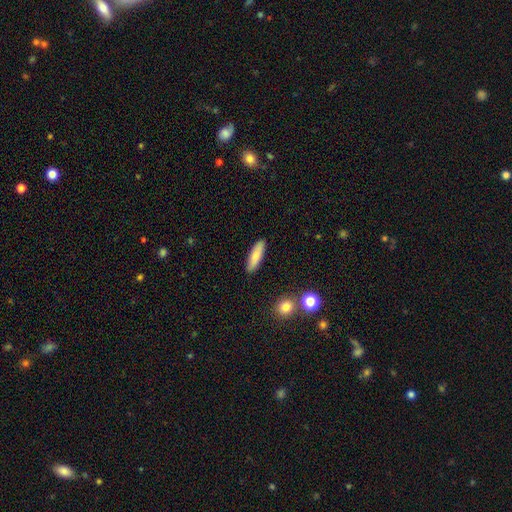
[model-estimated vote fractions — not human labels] smooth 79%, featured or disk 14%, star or artifact 6%. Down the decision tree: how rounded — cigar-shaped (63%); merging — none (89%).